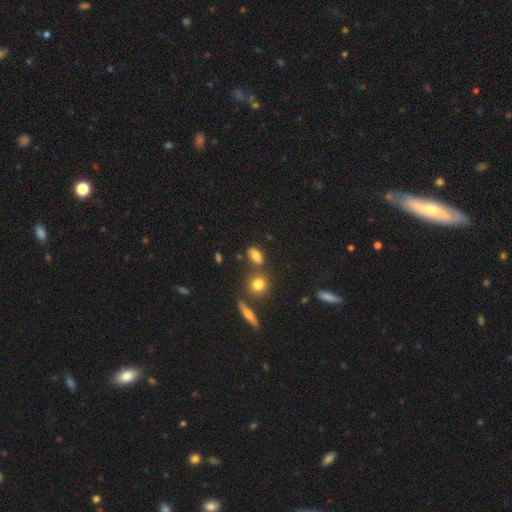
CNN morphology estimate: smooth 76%, featured or disk 13%, star or artifact 11%. Down the decision tree: how rounded — in between (79%); merging — none (73%).